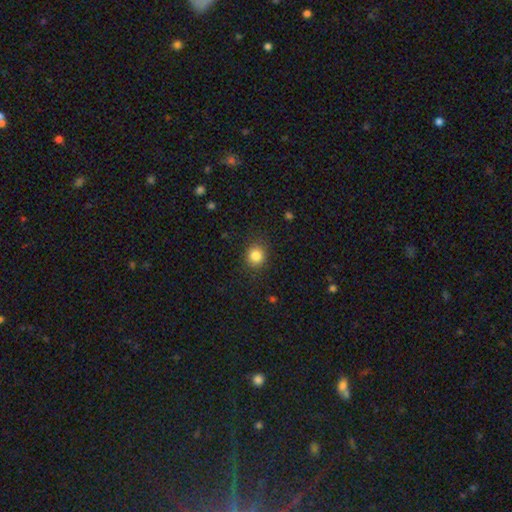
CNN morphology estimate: type=smooth (84%); roundness=round (86%); merging=none (88%).